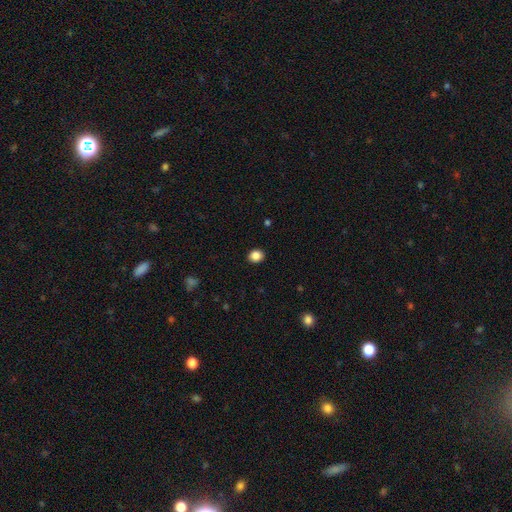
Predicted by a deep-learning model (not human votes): Morphology: type=smooth (87%); roundness=round (67%); merging=none (91%).